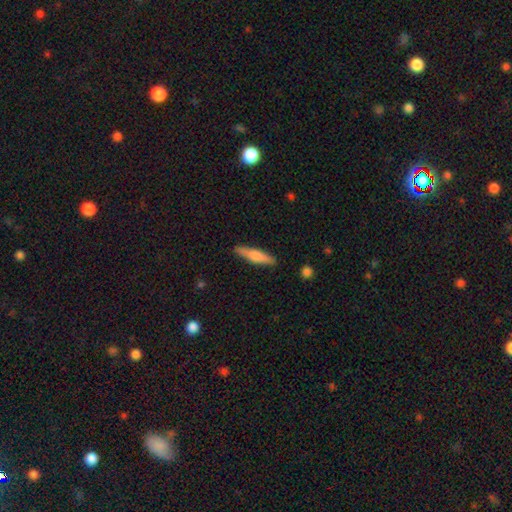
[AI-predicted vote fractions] Smooth or featured? smooth (55%)
How rounded? cigar-shaped (84%)
Merging? none (89%)